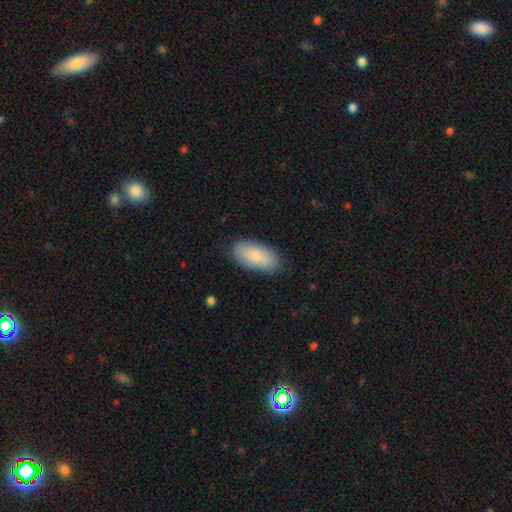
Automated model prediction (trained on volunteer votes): A smooth galaxy with no disk features (80%) that is in between round and cigar-shaped (92%). Merging: none (85%).